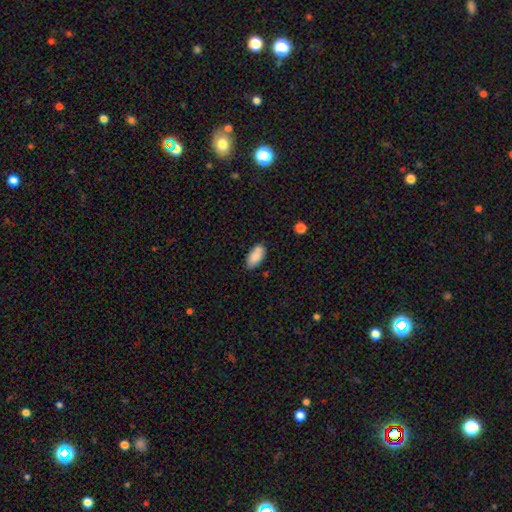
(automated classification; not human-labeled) A smooth galaxy with no disk features (85%) that is in between round and cigar-shaped (91%). Merging: none (72%).